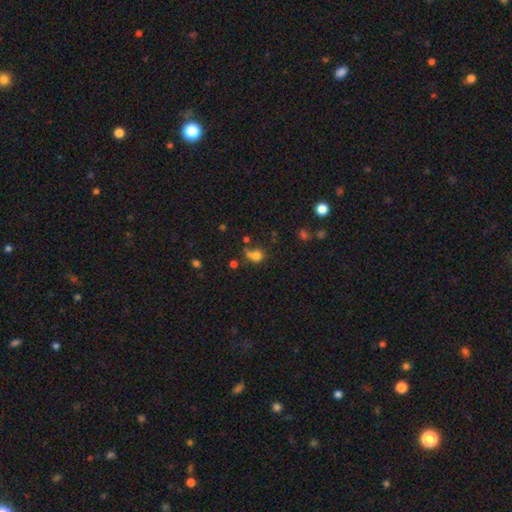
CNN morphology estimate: The model was most divided on "merging": none: 44%, merger: 28%, minor disturbance: 16%, major disturbance: 11%. More confident: how rounded — round (75%); smooth or featured — smooth (75%).